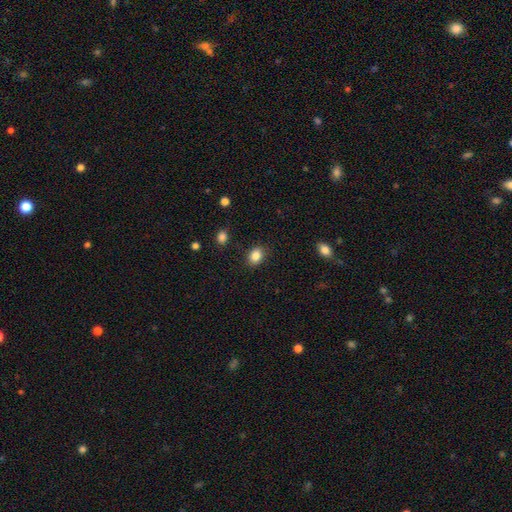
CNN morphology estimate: Overall: smooth (86%). How rounded: in between (67%; round 32%). Merging: none (87%).